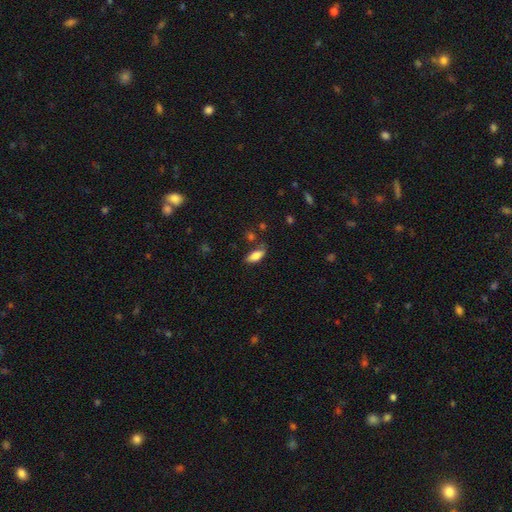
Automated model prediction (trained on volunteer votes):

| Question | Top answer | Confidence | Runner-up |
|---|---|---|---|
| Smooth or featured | smooth | 81% | featured or disk (11%) |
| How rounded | in between | 81% | cigar-shaped (16%) |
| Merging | none | 66% | minor disturbance (23%) |